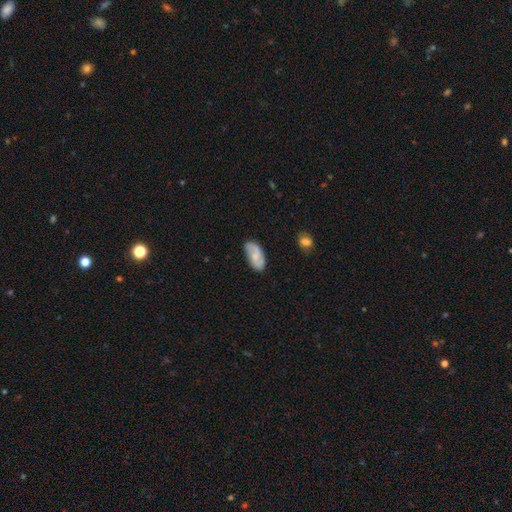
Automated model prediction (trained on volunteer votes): This is possibly a smooth galaxy (55%). How rounded: clearly in between (92%). Merging: likely none (75%).